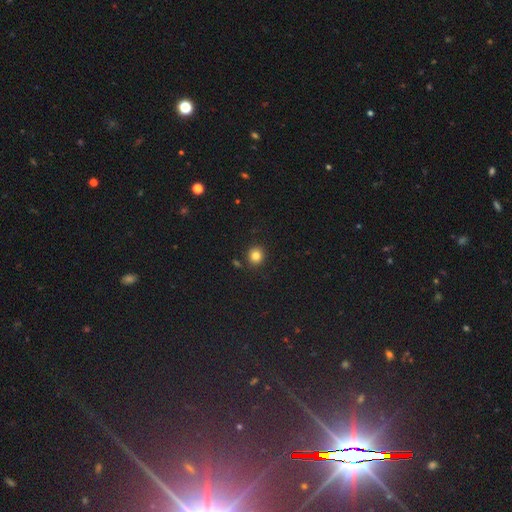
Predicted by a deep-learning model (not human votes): Morphology: type=smooth (82%); roundness=round (86%); merging=none (87%).